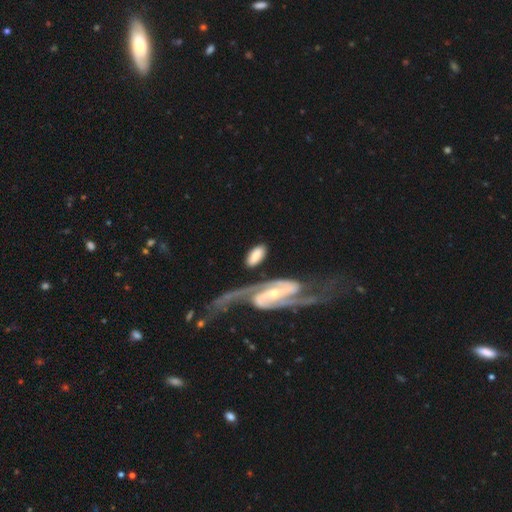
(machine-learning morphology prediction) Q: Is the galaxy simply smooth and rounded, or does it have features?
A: smooth — 59%.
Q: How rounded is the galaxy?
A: in between — 91%.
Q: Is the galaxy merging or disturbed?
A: none — 55%.